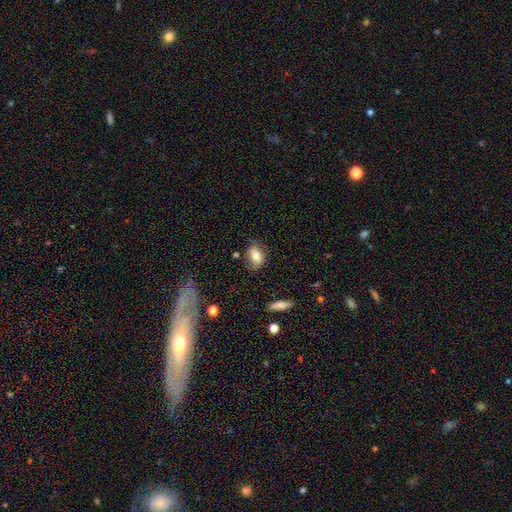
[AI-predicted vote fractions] A smooth galaxy with no disk features (76%) that is in between round and cigar-shaped (77%). Merging: none (69%).